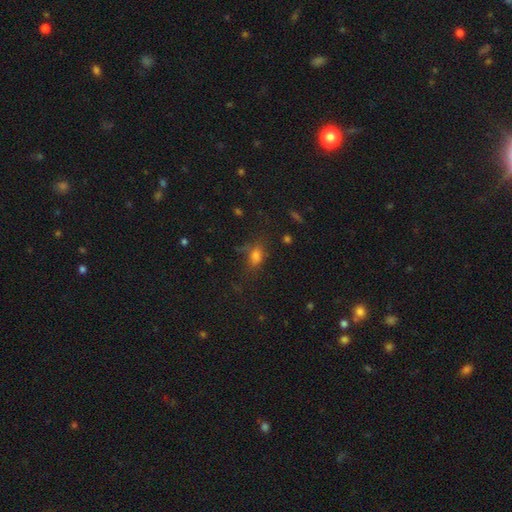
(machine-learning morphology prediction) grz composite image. It shows a smooth galaxy with no disk features (71%) that is in between round and cigar-shaped (76%). Merging: none (58%).